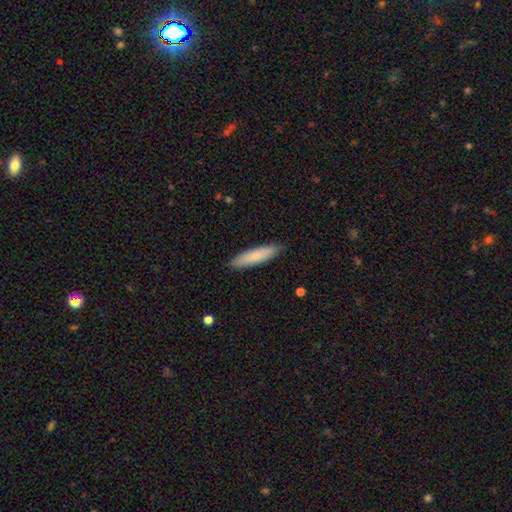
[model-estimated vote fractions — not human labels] A smooth galaxy with no disk features (82%) that is cigar-shaped (83%). Merging: none (89%).